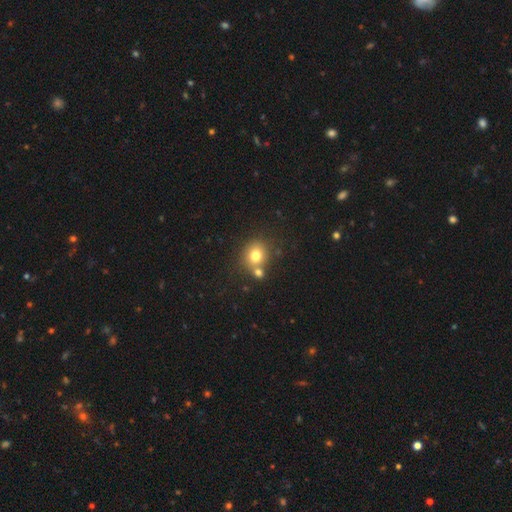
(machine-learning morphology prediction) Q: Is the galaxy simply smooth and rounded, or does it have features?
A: smooth — 77%.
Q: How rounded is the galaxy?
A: round — 78%.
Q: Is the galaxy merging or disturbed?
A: none — 59%.